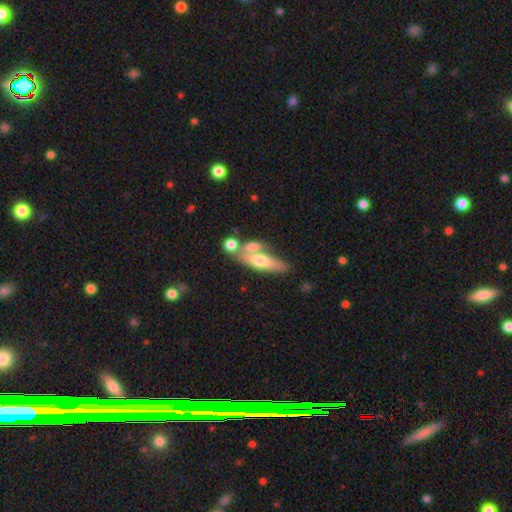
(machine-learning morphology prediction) Smooth or featured? featured or disk (53%)
Edge-on disk? yes (71%)
Merging? none (43%)